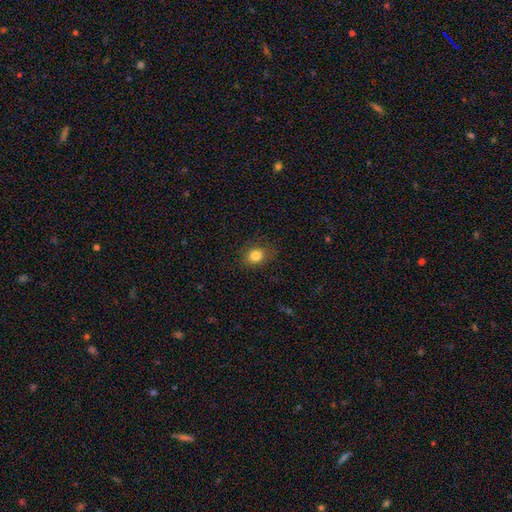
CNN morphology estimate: Overall: smooth (82%). How rounded: in between (52%; round 47%). Merging: none (83%).